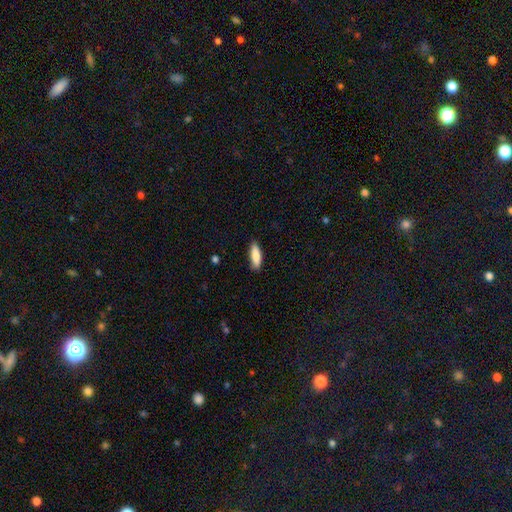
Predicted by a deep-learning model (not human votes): smooth 84%, featured or disk 10%, star or artifact 6%. Down the decision tree: how rounded — in between (51%); merging — none (85%).